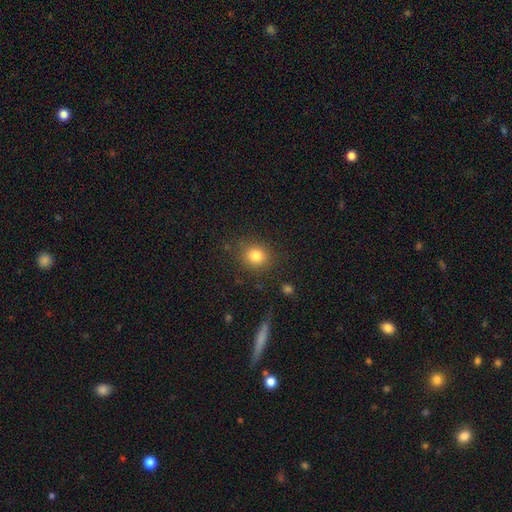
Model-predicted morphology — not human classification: A smooth galaxy with no disk features (82%) that is round (81%).

Vote fractions:
- Smooth or featured? smooth: 82% / star or artifact: 12% / featured or disk: 6%
- How rounded? round: 81% / in between: 18% / cigar-shaped: 1%
- Merging? none: 85% / minor disturbance: 10% / major disturbance: 4% / merger: 2%